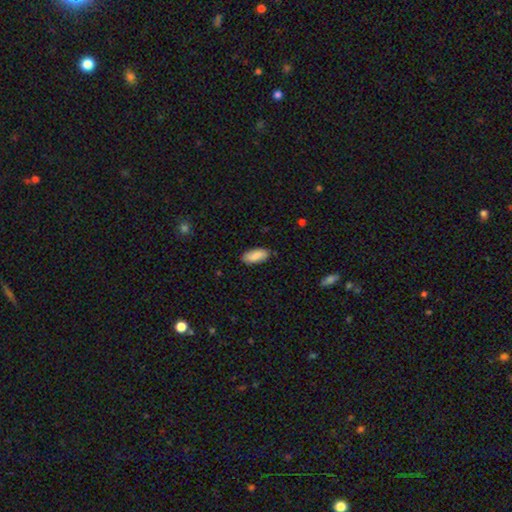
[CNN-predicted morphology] Q: Smooth or featured?
A: smooth (85%); runner-up: featured or disk (9%)
Q: How rounded?
A: in between (88%); runner-up: cigar-shaped (10%)
Q: Merging?
A: none (85%); runner-up: minor disturbance (11%)